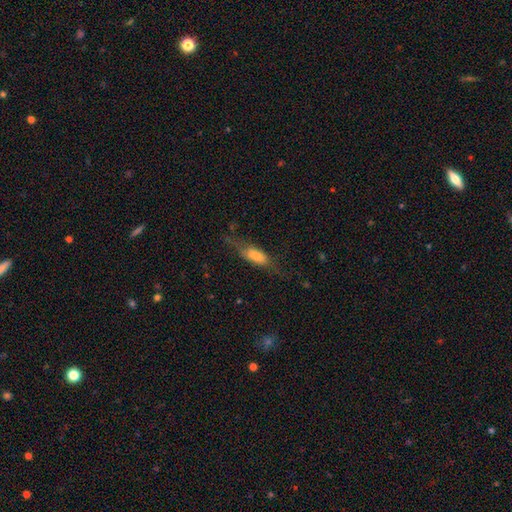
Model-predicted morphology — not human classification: Smooth or featured? Predicted: smooth (p=0.60). How rounded? Predicted: in between (p=0.59). Merging? Predicted: none (p=0.50).